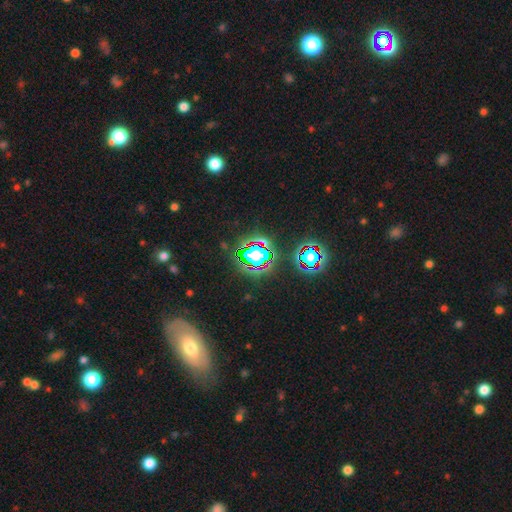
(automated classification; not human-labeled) Morphology: type=star or artifact (65%).